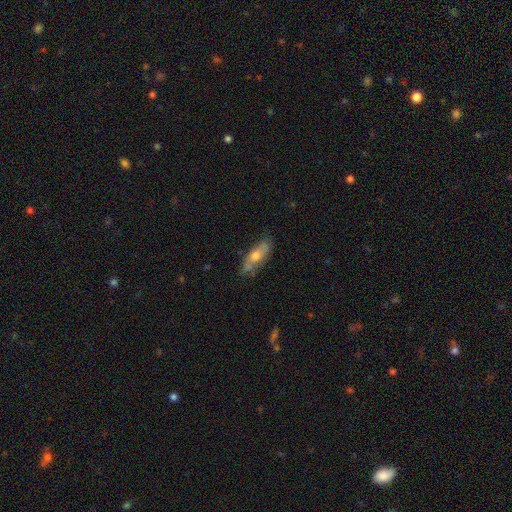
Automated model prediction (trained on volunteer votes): Smooth or featured? Predicted: smooth (p=0.55). How rounded? Predicted: in between (p=0.61). Merging? Predicted: none (p=0.64).